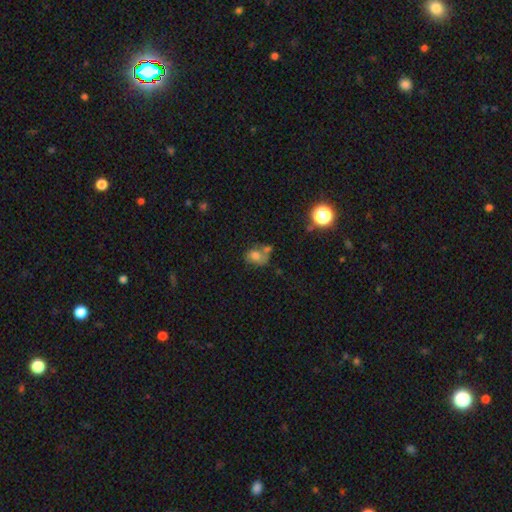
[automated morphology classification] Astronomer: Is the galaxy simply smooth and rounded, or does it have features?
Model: smooth — 66%.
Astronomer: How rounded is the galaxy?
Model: in between — 56% (runner-up: round, 43%).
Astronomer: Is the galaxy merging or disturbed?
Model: none — 36% (runner-up: merger, 32%).